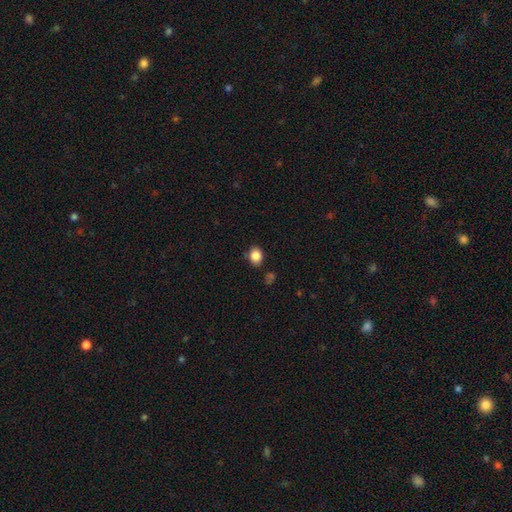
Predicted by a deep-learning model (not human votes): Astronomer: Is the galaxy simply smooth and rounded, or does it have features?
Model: smooth — 85%.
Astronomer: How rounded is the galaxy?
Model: round — 50% (runner-up: in between, 49%).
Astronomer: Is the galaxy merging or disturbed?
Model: none — 80%.